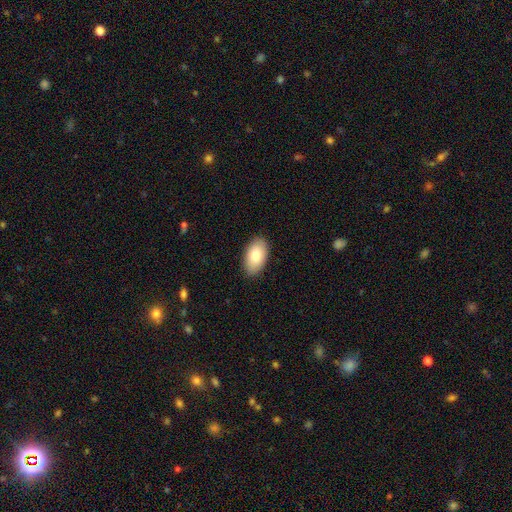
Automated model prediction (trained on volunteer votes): A smooth galaxy with no disk features (82%) that is in between round and cigar-shaped (95%).

Vote fractions:
- Smooth or featured? smooth: 82% / featured or disk: 12% / star or artifact: 6%
- How rounded? in between: 95% / round: 3% / cigar-shaped: 1%
- Merging? none: 88% / minor disturbance: 10% / major disturbance: 2% / merger: 1%